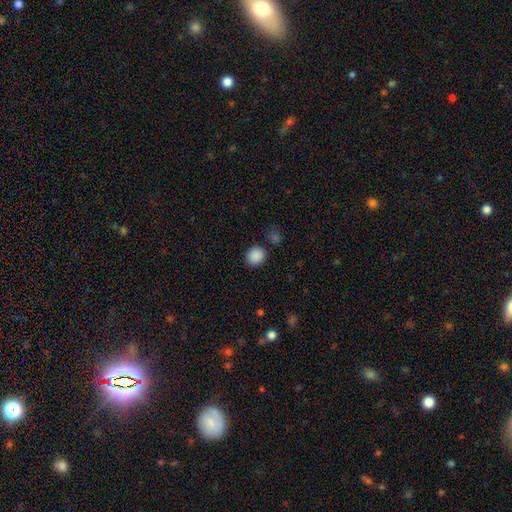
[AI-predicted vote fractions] This appears to be a smooth galaxy with no disk features (88%) that is round (84%). Merging: none (85%).